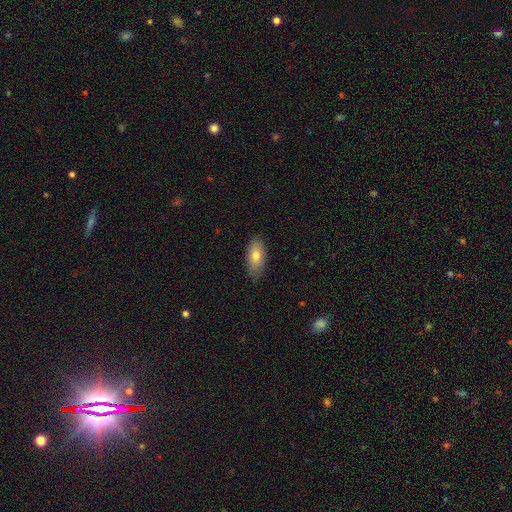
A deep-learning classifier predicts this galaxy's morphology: type=smooth (75%); roundness=in between (89%); merging=none (80%).